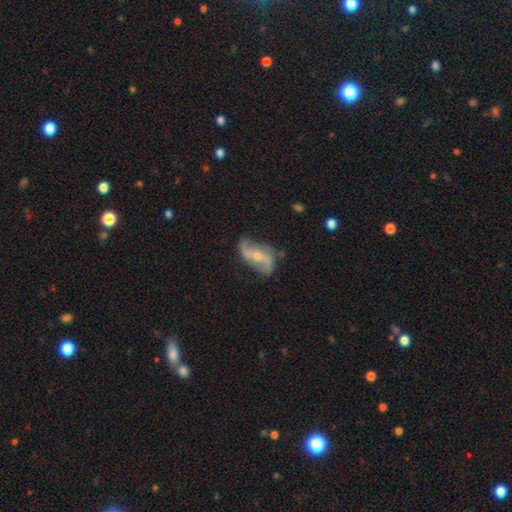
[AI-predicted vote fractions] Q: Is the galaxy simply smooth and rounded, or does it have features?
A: featured or disk — 84%.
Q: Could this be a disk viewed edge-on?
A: no — 94%.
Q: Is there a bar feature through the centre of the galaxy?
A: no — 36%.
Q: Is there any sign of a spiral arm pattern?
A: yes — 94%.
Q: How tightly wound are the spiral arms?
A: loose — 78%.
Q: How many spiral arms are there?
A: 2 — 91%.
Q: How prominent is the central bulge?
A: small — 55%.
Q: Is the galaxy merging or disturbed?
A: none — 70%.